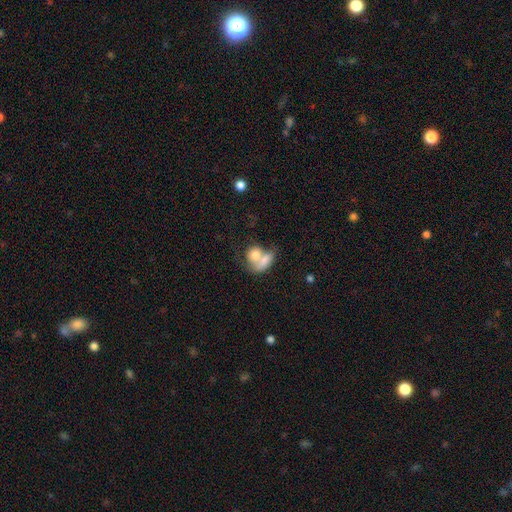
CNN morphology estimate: This is likely a smooth galaxy (74%). How rounded: possibly in between (52%). Merging: likely merger (65%).